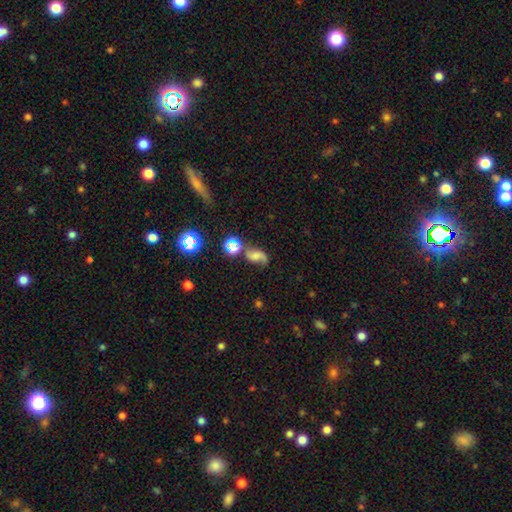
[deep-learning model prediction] Morphology: type=featured or disk (46%); merging=none (51%).